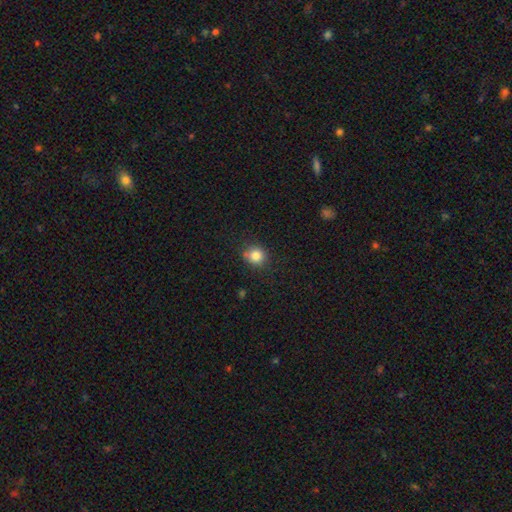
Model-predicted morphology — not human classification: Overall: smooth (83%). How rounded: round (84%). Merging: none (79%).